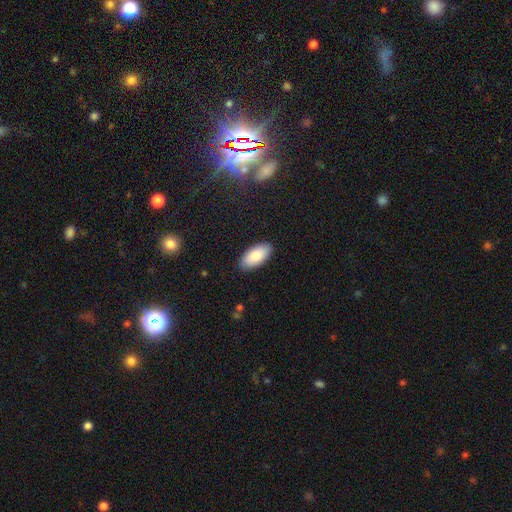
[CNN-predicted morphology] Q: Smooth or featured?
A: smooth (84%); runner-up: featured or disk (10%)
Q: How rounded?
A: in between (94%); runner-up: cigar-shaped (4%)
Q: Merging?
A: none (88%); runner-up: minor disturbance (9%)